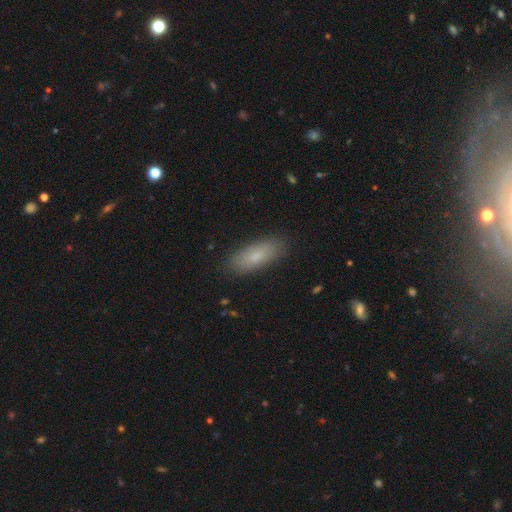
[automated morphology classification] Q: Smooth or featured?
A: smooth (79%); runner-up: featured or disk (14%)
Q: How rounded?
A: in between (69%); runner-up: cigar-shaped (29%)
Q: Merging?
A: none (87%); runner-up: minor disturbance (10%)